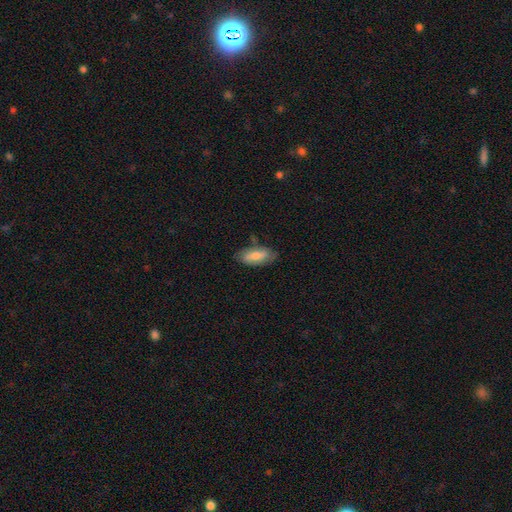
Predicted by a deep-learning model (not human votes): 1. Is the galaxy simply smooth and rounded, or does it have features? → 69% smooth, 25% featured or disk, 6% star or artifact.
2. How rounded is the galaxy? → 83% in between, 14% cigar-shaped, 2% round.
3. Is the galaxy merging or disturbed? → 68% none, 24% minor disturbance, 5% major disturbance, 3% merger.